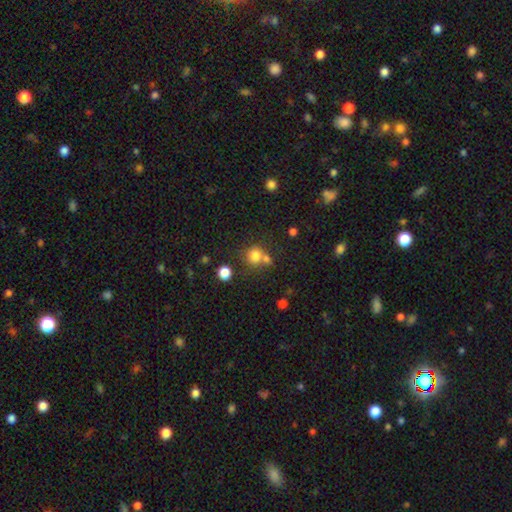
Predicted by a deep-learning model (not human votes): Smooth or featured?
  - smooth: 78% *
  - star or artifact: 14%
  - featured or disk: 9%
How rounded?
  - round: 84% *
  - in between: 15%
  - cigar-shaped: 1%
Merging?
  - none: 53% *
  - merger: 32%
  - minor disturbance: 10%
  - major disturbance: 5%